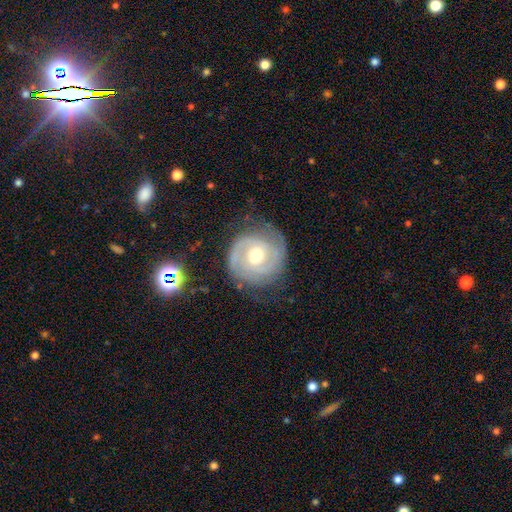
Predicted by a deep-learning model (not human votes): A featured or disk galaxy (84%) with no bar (52%), 2 (73%) tight (62%) spiral arms (94%) and a moderate central bulge (75%). Merging: none (76%).